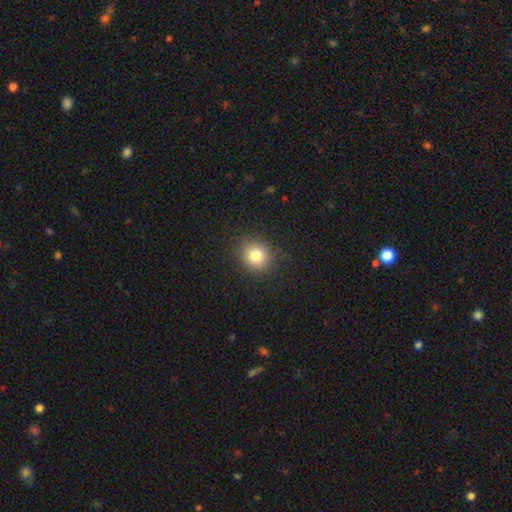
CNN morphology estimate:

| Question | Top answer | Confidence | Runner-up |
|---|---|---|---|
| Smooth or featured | smooth | 80% | star or artifact (12%) |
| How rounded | round | 84% | in between (15%) |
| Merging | none | 88% | minor disturbance (8%) |